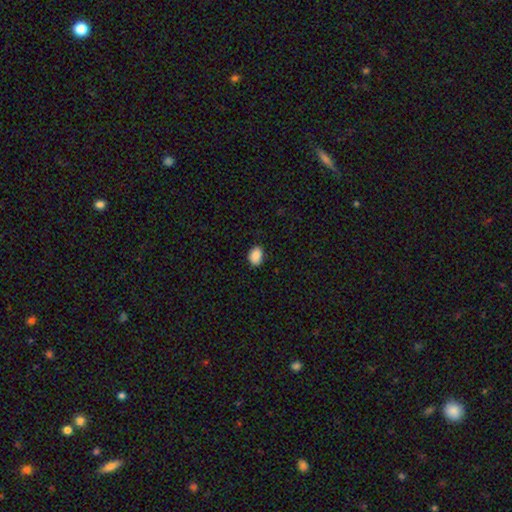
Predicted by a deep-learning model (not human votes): smooth_or_featured: smooth (p=0.89) [alt: star or artifact p=0.08]
how_rounded: in between (p=0.71) [alt: round p=0.28]
merging: none (p=0.83) [alt: minor disturbance p=0.13]